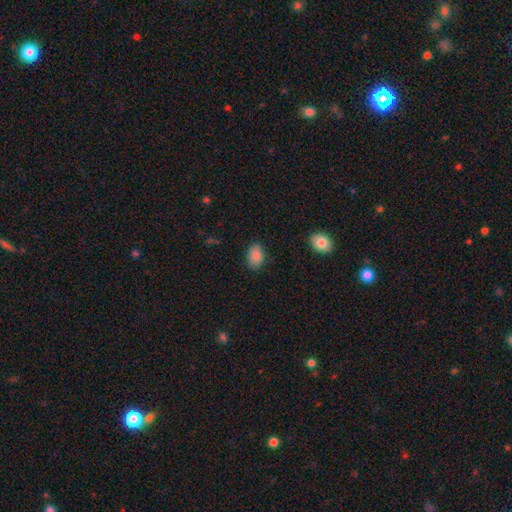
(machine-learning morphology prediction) type=smooth (87%); roundness=in between (85%); merging=none (83%).